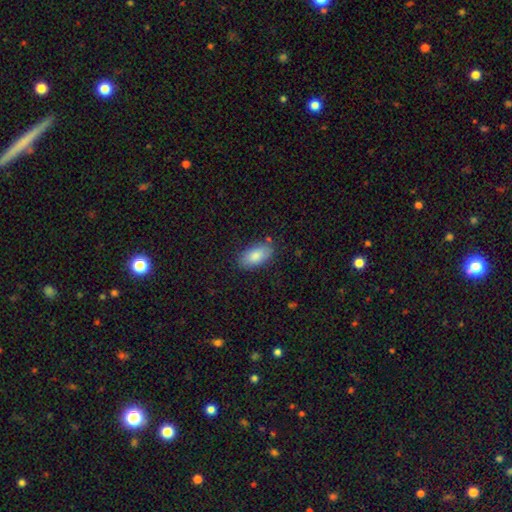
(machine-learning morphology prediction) smooth 84%, featured or disk 10%, star or artifact 6%. Down the decision tree: how rounded — in between (93%); merging — none (80%).